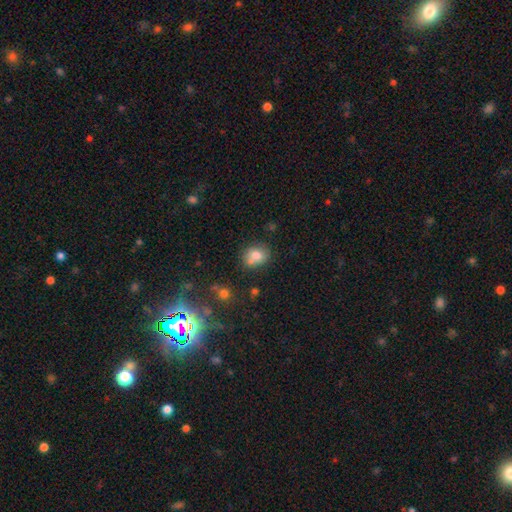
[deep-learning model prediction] Smooth or featured? smooth (76%)
How rounded? round (56%)
Merging? none (55%)